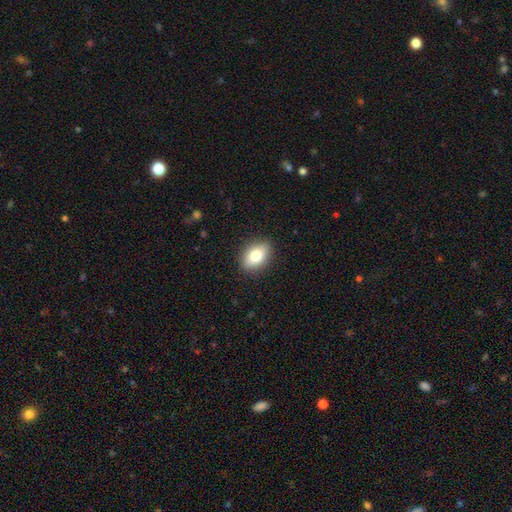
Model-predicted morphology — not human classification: Smooth or featured?
  - smooth: 77% *
  - featured or disk: 15%
  - star or artifact: 8%
How rounded?
  - in between: 81% *
  - round: 17%
  - cigar-shaped: 2%
Merging?
  - none: 89% *
  - minor disturbance: 8%
  - major disturbance: 2%
  - merger: 1%